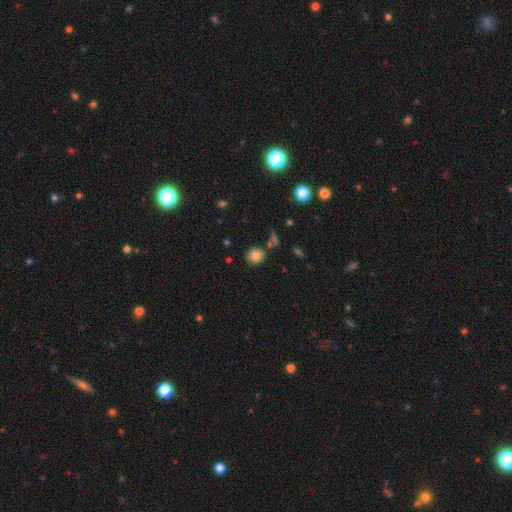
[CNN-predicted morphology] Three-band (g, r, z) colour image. It shows a smooth galaxy with no disk features (82%) that is round (75%). Merging: none (80%).